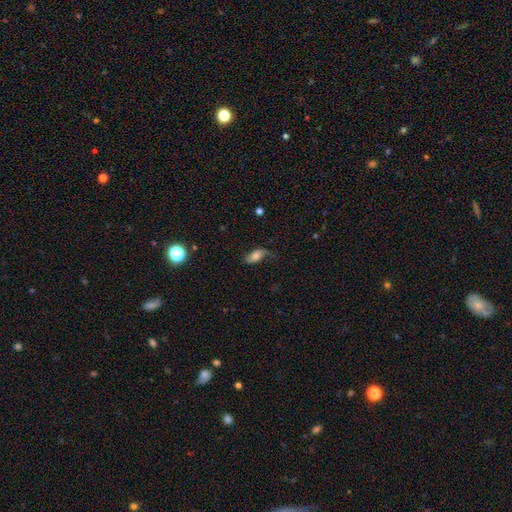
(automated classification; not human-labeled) Smooth or featured: smooth — 49% (featured or disk — 42%)
Merging: none — 54% (minor disturbance — 28%)